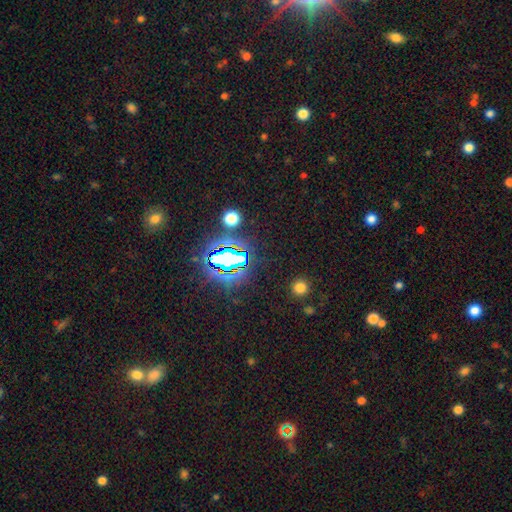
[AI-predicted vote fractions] Smooth or featured? star or artifact (83%)